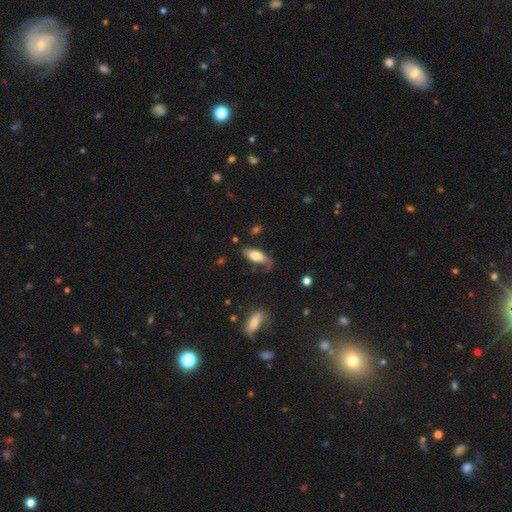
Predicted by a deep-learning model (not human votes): Morphology: type=smooth (73%); roundness=in between (76%); merging=none (51%).